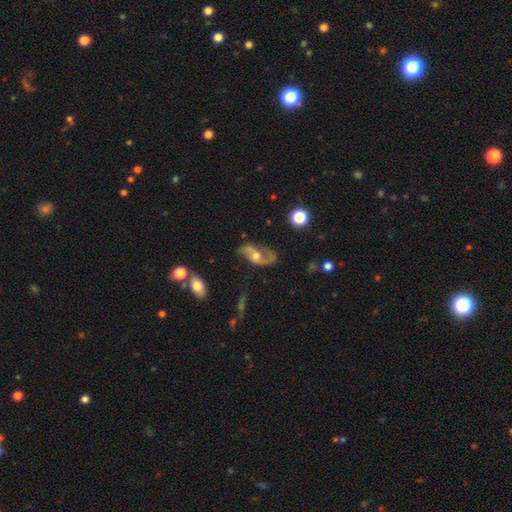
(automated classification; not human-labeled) A featured or disk galaxy (79%) with no bar (60%), 2 (86%) loose (61%) spiral arms (90%) and a moderate central bulge (65%). Merging: none (59%).